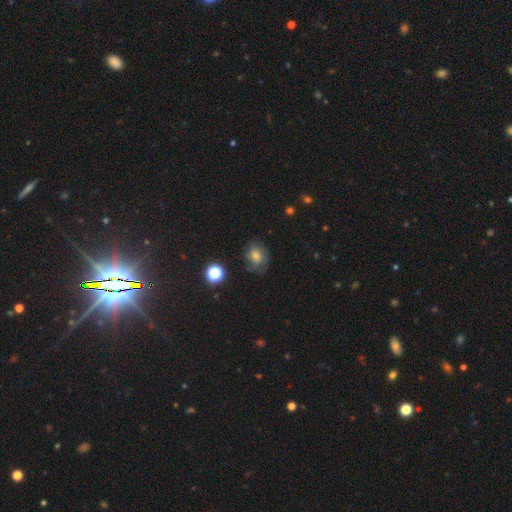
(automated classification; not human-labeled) A smooth galaxy with no disk features (53%) that is round (53%). Merging: none (63%).